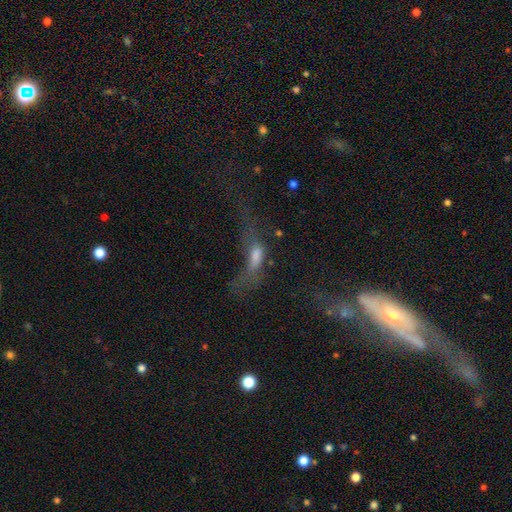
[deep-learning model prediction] Smooth or featured: smooth — 45% (featured or disk — 36%)
Merging: major disturbance — 56% (none — 21%)